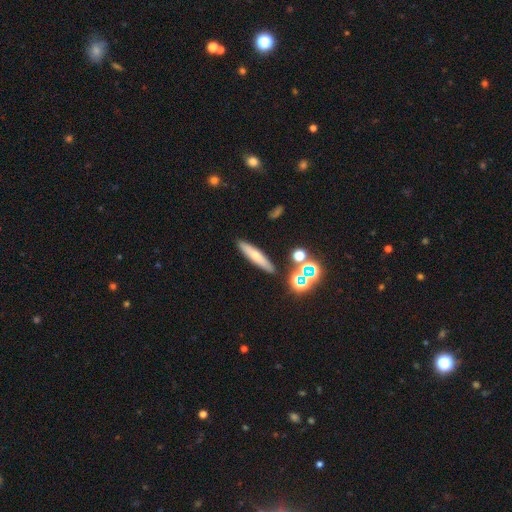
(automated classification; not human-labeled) Smooth or featured?
  - smooth: 62% *
  - featured or disk: 26%
  - star or artifact: 12%
How rounded?
  - cigar-shaped: 84% *
  - in between: 13%
  - round: 3%
Merging?
  - none: 88% *
  - minor disturbance: 7%
  - merger: 3%
  - major disturbance: 2%